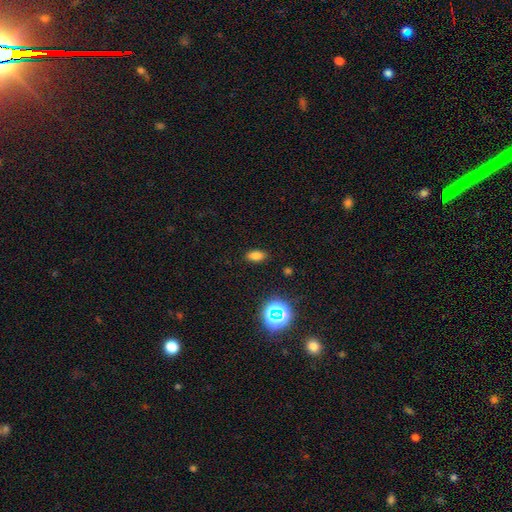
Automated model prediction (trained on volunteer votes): This is likely a smooth galaxy (77%). How rounded: clearly in between (88%). Merging: clearly none (87%).